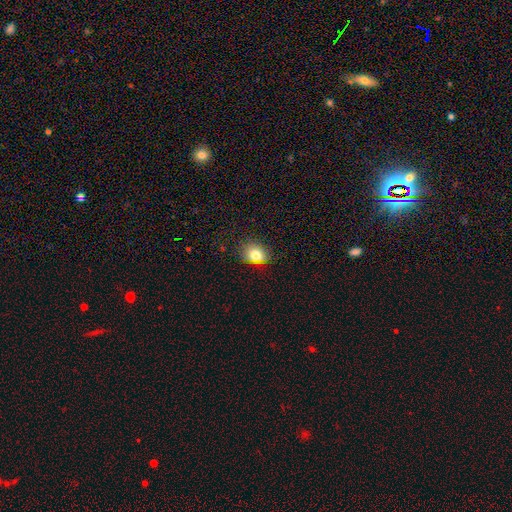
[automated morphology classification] type=smooth (79%); roundness=round (52%); merging=none (73%).